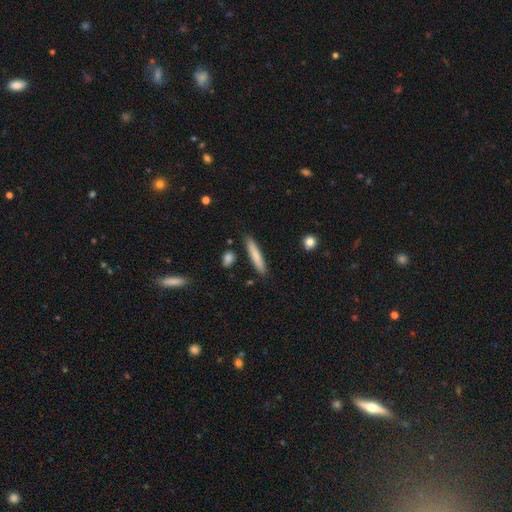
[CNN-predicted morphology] Smooth or featured: smooth — 77% (featured or disk — 17%)
How rounded: cigar-shaped — 91% (in between — 7%)
Merging: none — 88% (minor disturbance — 8%)